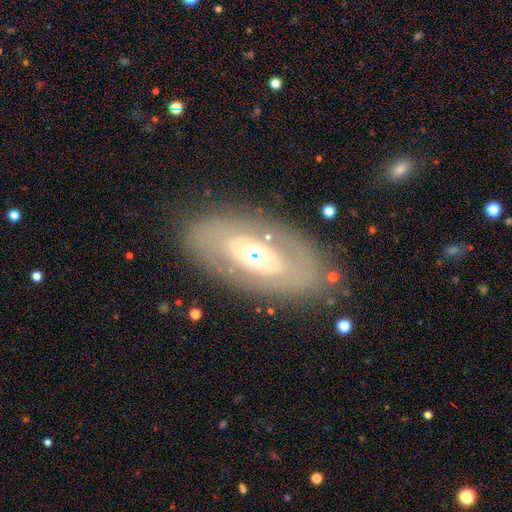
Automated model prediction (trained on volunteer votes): Overall: featured or disk (63%; smooth 30%). Edge-on disk: no (89%). Bar: no (80%). Spiral arms: no (79%). Bulge size: moderate (56%; small 20%). Merging: none (80%).